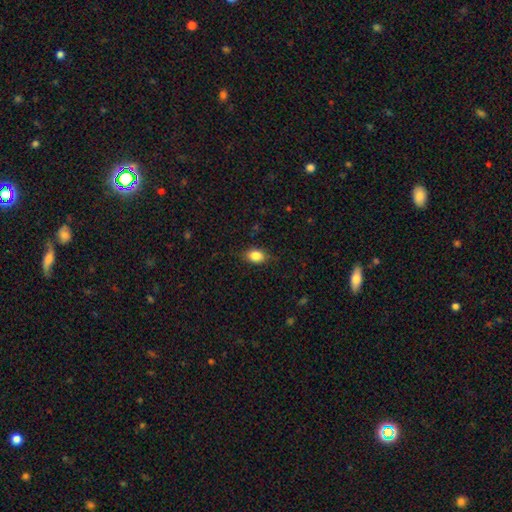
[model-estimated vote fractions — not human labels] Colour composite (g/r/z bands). It shows a smooth galaxy with no disk features (85%) that is in between round and cigar-shaped (74%). Merging: none (82%).